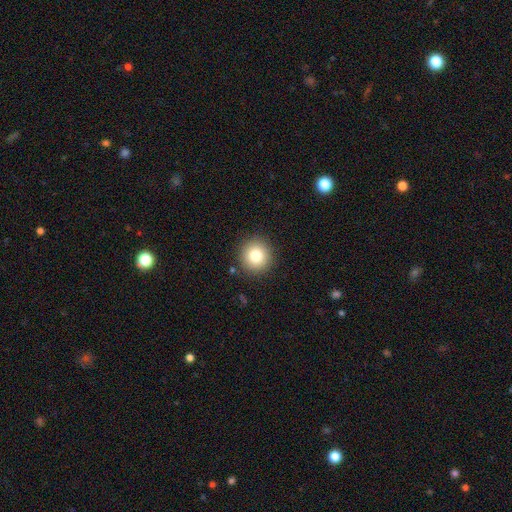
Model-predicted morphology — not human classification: Smooth or featured: smooth — 81% (star or artifact — 11%)
How rounded: round — 93% (in between — 6%)
Merging: none — 90% (minor disturbance — 6%)